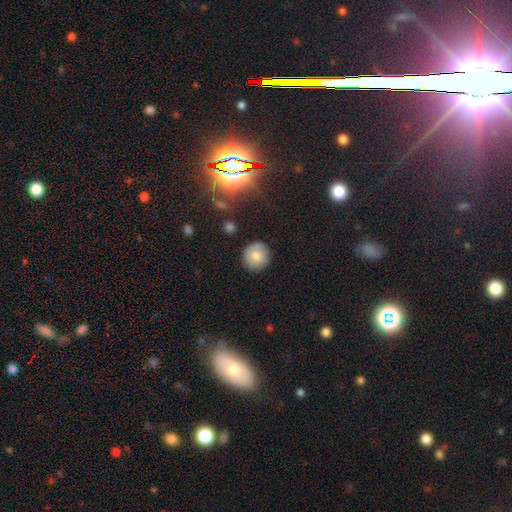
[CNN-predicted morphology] A smooth galaxy with no disk features (76%) that is round (92%). Merging: none (86%).